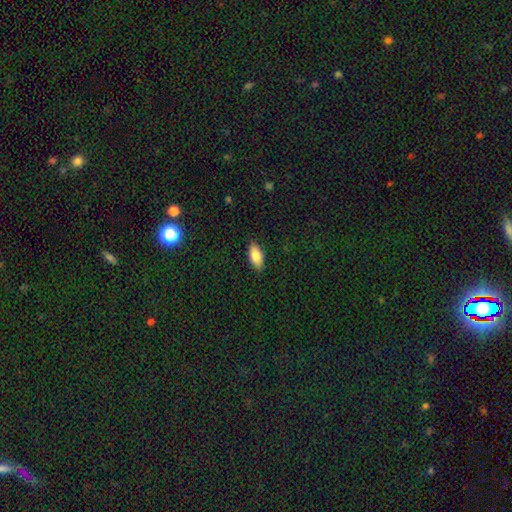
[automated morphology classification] Smooth or featured? Predicted: smooth (p=0.79). How rounded? Predicted: in between (p=0.88). Merging? Predicted: none (p=0.88).